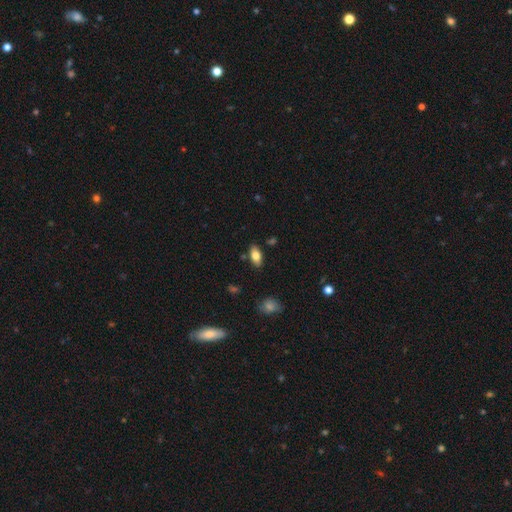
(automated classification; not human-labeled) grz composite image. It shows a smooth galaxy with no disk features (77%) that is in between round and cigar-shaped (90%). Merging: none (83%).